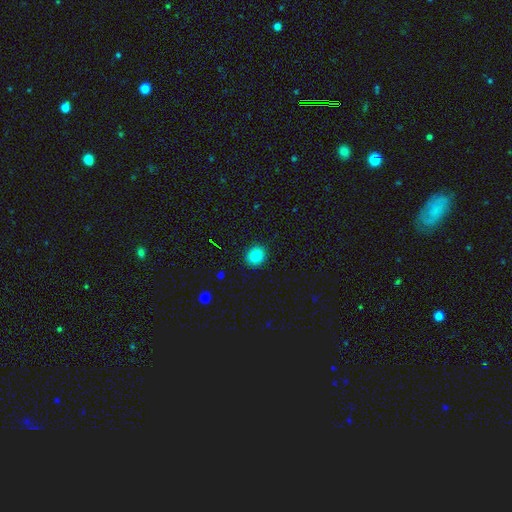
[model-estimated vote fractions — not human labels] smooth_or_featured: smooth (p=0.84) [alt: star or artifact p=0.11]
how_rounded: round (p=0.73) [alt: in between p=0.26]
merging: none (p=0.90) [alt: minor disturbance p=0.07]